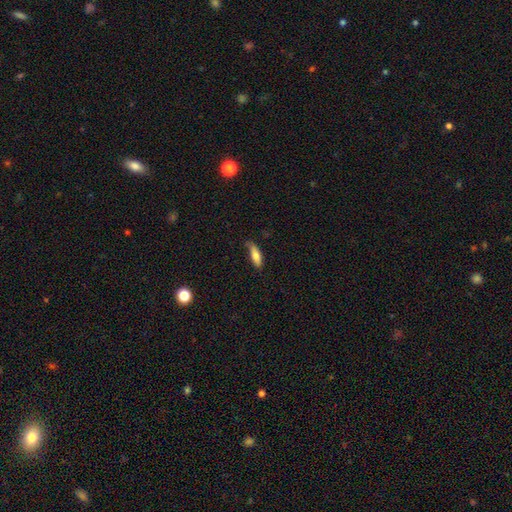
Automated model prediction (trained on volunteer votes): Morphology: type=smooth (75%); roundness=in between (55%); merging=none (62%).